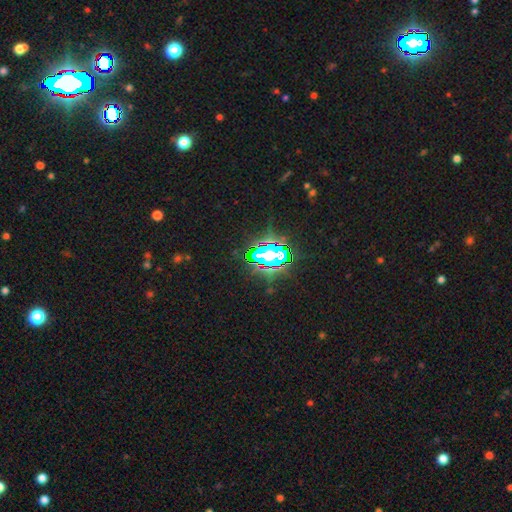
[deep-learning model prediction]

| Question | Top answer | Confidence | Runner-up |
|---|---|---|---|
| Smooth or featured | star or artifact | 77% | smooth (13%) |